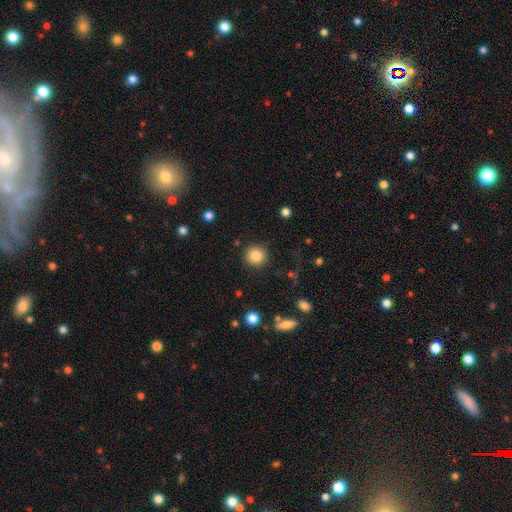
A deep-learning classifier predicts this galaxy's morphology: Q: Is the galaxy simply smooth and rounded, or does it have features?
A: smooth — 85%.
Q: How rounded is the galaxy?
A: round — 94%.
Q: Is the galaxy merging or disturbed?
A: none — 90%.